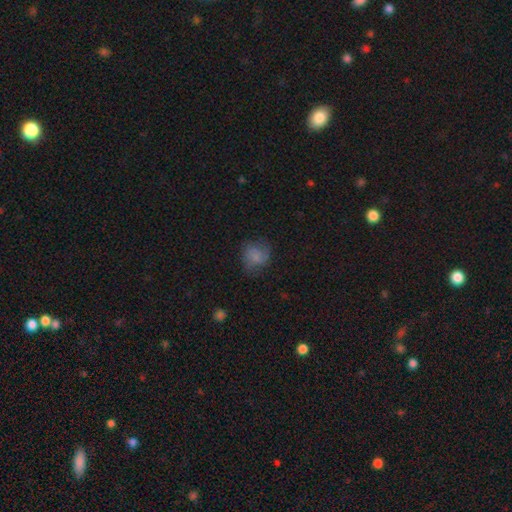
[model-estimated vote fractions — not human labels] Overall: smooth (68%). How rounded: round (70%). Merging: none (63%; minor disturbance 24%).